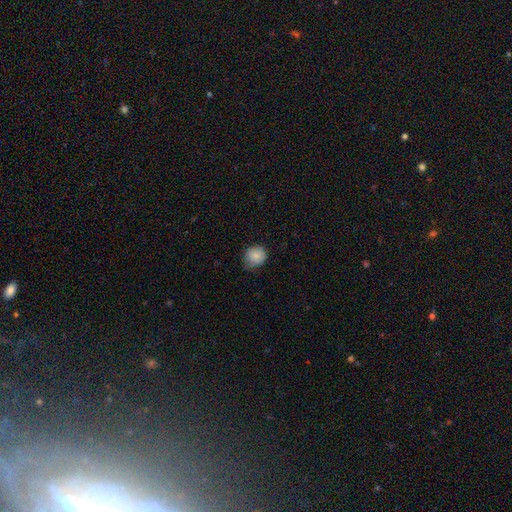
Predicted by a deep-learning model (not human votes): smooth_or_featured: smooth (p=0.86) [alt: star or artifact p=0.08]
how_rounded: round (p=0.84) [alt: in between p=0.15]
merging: none (p=0.70) [alt: minor disturbance p=0.25]